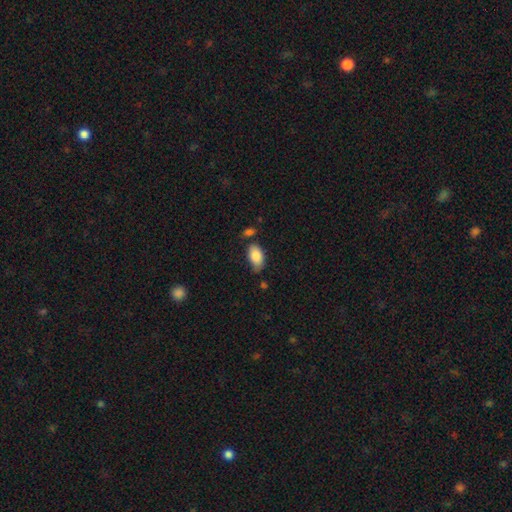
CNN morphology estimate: Overall: smooth (86%). How rounded: in between (94%). Merging: none (57%; minor disturbance 30%).